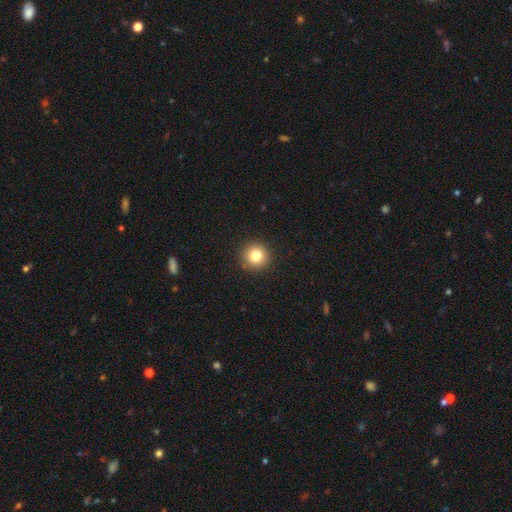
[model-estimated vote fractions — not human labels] Smooth or featured: smooth — 80% (star or artifact — 12%)
How rounded: round — 95% (in between — 4%)
Merging: none — 91% (minor disturbance — 6%)